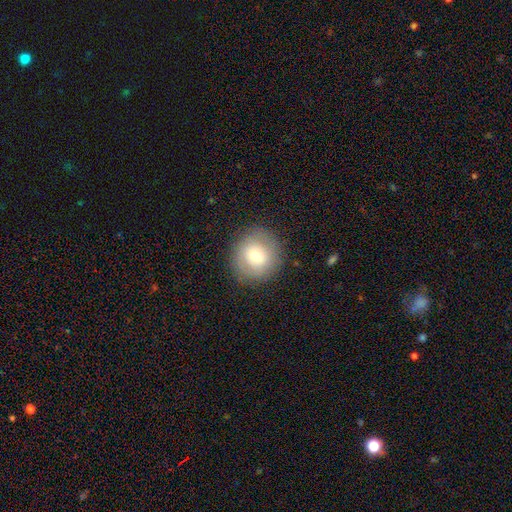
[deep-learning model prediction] A smooth galaxy with no disk features (67%) that is round (91%).

Vote fractions:
- Smooth or featured? smooth: 67% / featured or disk: 23% / star or artifact: 10%
- How rounded? round: 91% / in between: 8% / cigar-shaped: 1%
- Merging? none: 86% / minor disturbance: 9% / major disturbance: 4% / merger: 1%